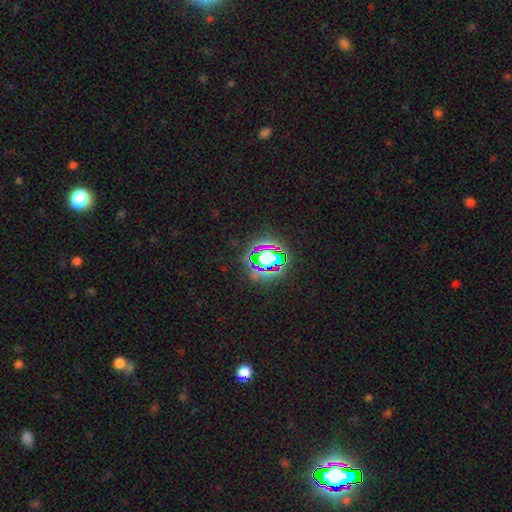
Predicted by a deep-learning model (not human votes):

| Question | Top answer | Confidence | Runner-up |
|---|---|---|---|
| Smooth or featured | star or artifact | 75% | smooth (16%) |